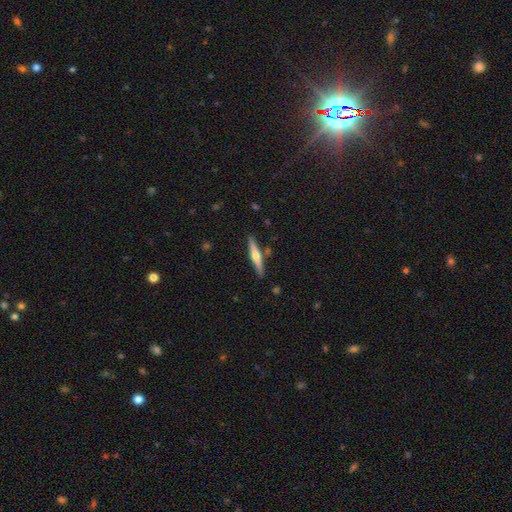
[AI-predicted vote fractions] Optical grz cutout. It shows a featured or disk galaxy (59%) viewed edge-on (97%) with a rounded central bulge (89%). Merging: none (87%).